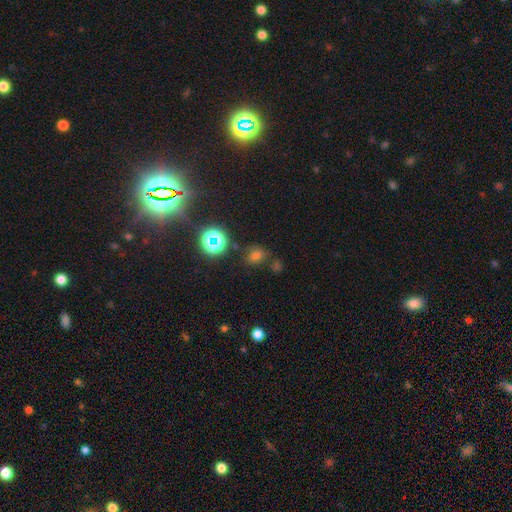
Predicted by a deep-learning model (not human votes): This appears to be a smooth galaxy with no disk features (58%) that is round (54%). Merging: none (71%).